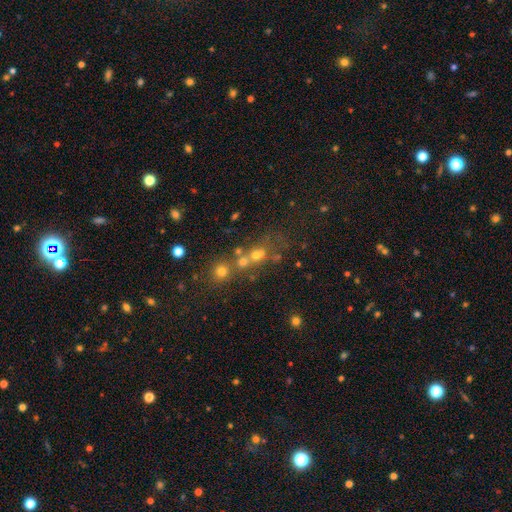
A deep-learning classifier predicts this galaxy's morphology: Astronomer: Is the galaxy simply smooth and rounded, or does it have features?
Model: smooth — 51% (runner-up: star or artifact, 28%).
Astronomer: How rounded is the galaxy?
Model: round — 70%.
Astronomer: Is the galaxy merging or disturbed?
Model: merger — 43% (runner-up: none, 41%).